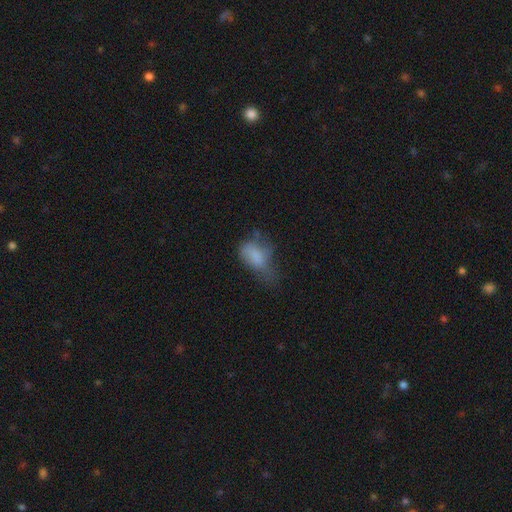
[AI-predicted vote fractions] This appears to be a smooth galaxy with no disk features (69%) that is in between round and cigar-shaped (85%). Merging: major disturbance (41%).